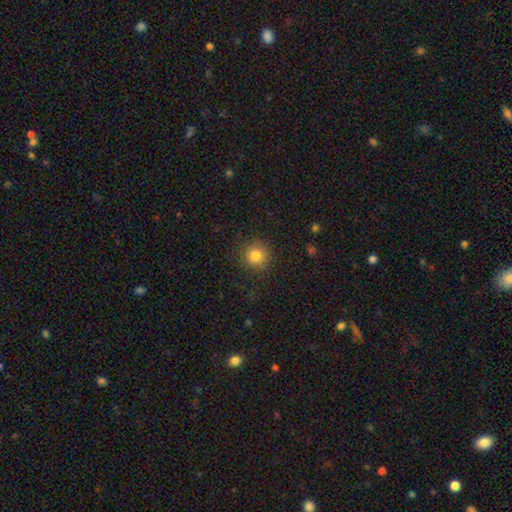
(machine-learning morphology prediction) smooth 82%, star or artifact 12%, featured or disk 6%. Down the decision tree: how rounded — round (93%); merging — none (88%).